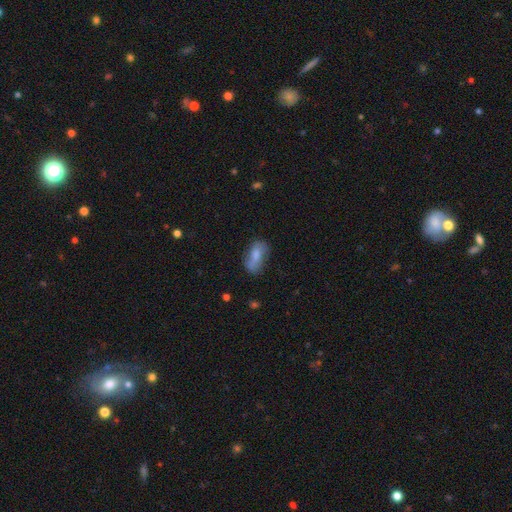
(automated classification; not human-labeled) smooth_or_featured: smooth (p=0.68) [alt: featured or disk p=0.24]
how_rounded: in between (p=0.86) [alt: cigar-shaped p=0.09]
merging: none (p=0.51) [alt: minor disturbance p=0.27]